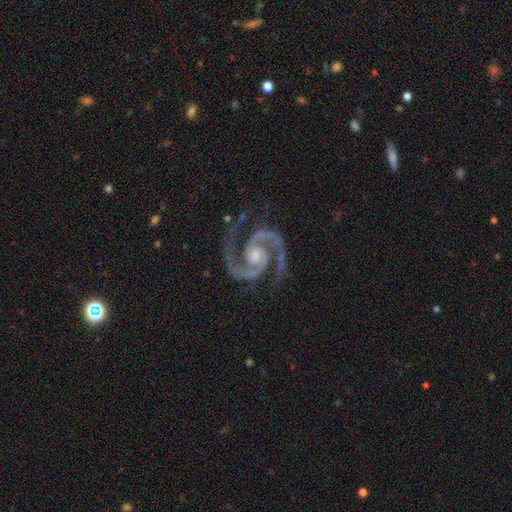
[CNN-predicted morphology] Smooth or featured?
  - featured or disk: 95% *
  - star or artifact: 3%
  - smooth: 2%
Edge-on disk?
  - no: 98% *
  - yes: 2%
Bar?
  - no: 63% *
  - weak: 27%
  - strong: 10%
Spiral arms?
  - yes: 99% *
  - no: 1%
Spiral winding?
  - medium: 57% *
  - tight: 38%
  - loose: 5%
Spiral arm count?
  - 2: 95% *
  - 3: 1%
  - can't tell: 1%
  - 1: 1%
  - 4: 1%
  - more than 4: 1%
Bulge size?
  - moderate: 51% *
  - small: 35%
  - none: 7%
  - large: 5%
  - dominant: 1%
Merging?
  - none: 81% *
  - minor disturbance: 13%
  - major disturbance: 4%
  - merger: 1%